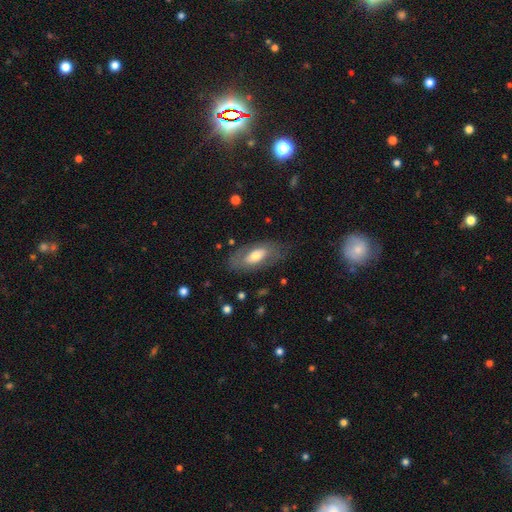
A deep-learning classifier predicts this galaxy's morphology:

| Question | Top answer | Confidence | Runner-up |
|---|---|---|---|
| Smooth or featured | smooth | 55% | featured or disk (39%) |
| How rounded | in between | 86% | cigar-shaped (10%) |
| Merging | none | 72% | minor disturbance (17%) |